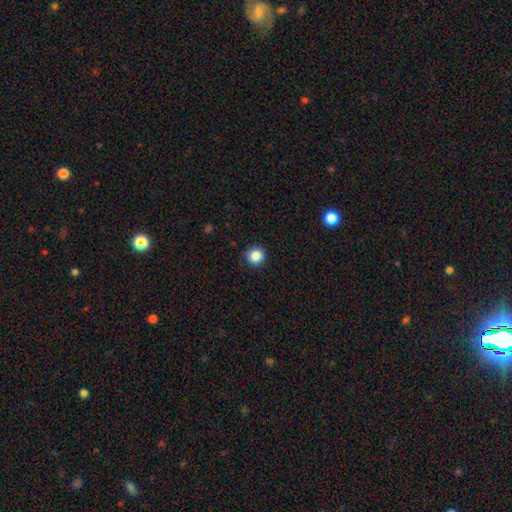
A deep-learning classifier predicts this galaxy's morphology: Smooth or featured? Predicted: smooth (p=0.86). How rounded? Predicted: round (p=0.93). Merging? Predicted: none (p=0.91).